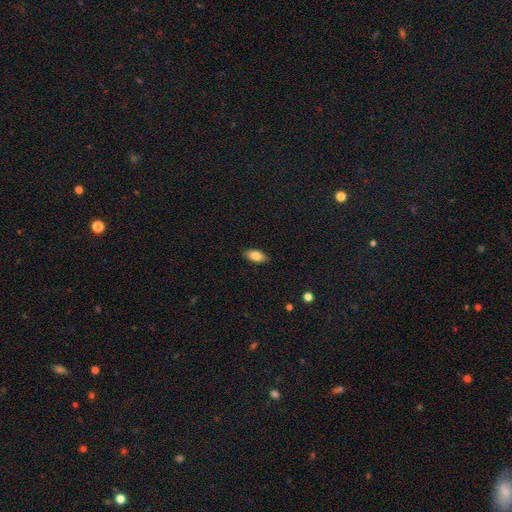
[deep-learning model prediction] The model was most divided on "smooth or featured": smooth: 83%, featured or disk: 10%, star or artifact: 7%. More confident: how rounded — in between (89%); merging — none (87%).